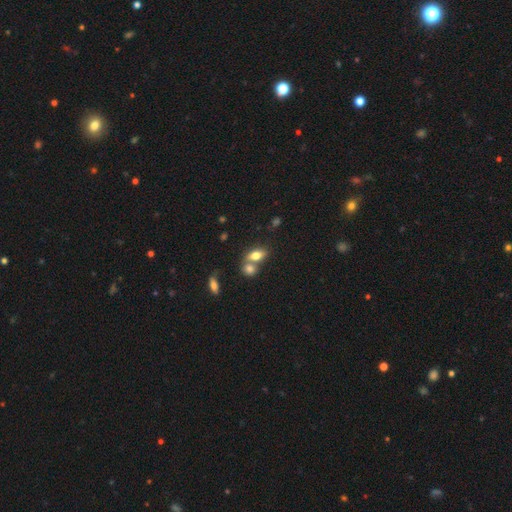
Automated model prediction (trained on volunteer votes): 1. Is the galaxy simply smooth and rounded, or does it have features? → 75% smooth, 17% featured or disk, 9% star or artifact.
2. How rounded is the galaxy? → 82% in between, 11% round, 7% cigar-shaped.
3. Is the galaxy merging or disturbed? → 46% merger, 41% none, 10% minor disturbance, 4% major disturbance.